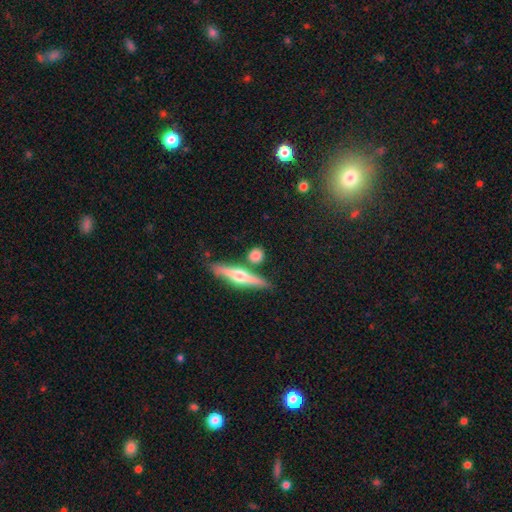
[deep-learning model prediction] This appears to be a smooth galaxy with no disk features (64%) that is round (58%). Merging: none (76%).